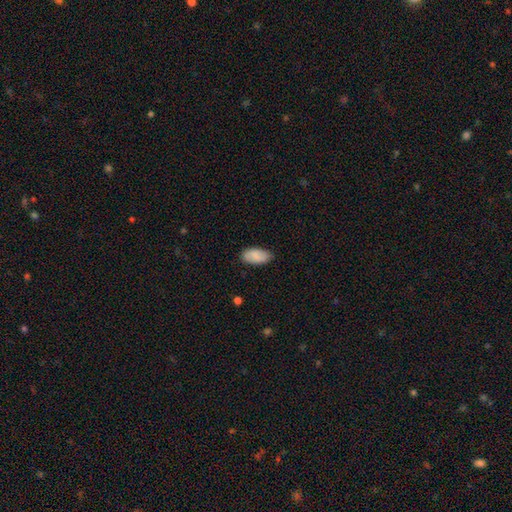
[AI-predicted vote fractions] The model was most divided on "merging": none: 83%, minor disturbance: 13%, major disturbance: 2%, merger: 1%. More confident: how rounded — in between (94%); smooth or featured — smooth (85%).